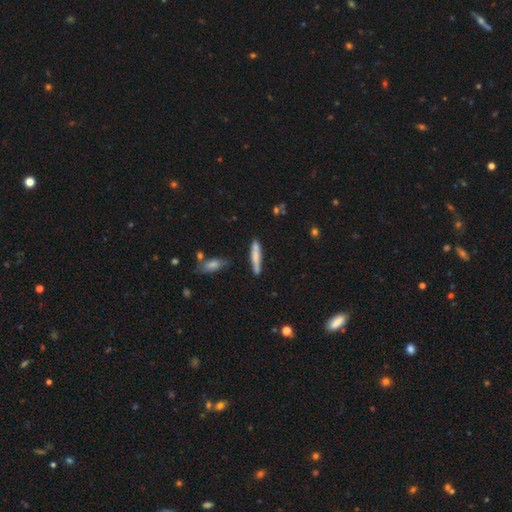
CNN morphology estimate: Smooth or featured?
  - smooth: 69% *
  - featured or disk: 25%
  - star or artifact: 6%
How rounded?
  - cigar-shaped: 89% *
  - in between: 9%
  - round: 2%
Merging?
  - none: 74% *
  - minor disturbance: 17%
  - merger: 5%
  - major disturbance: 4%